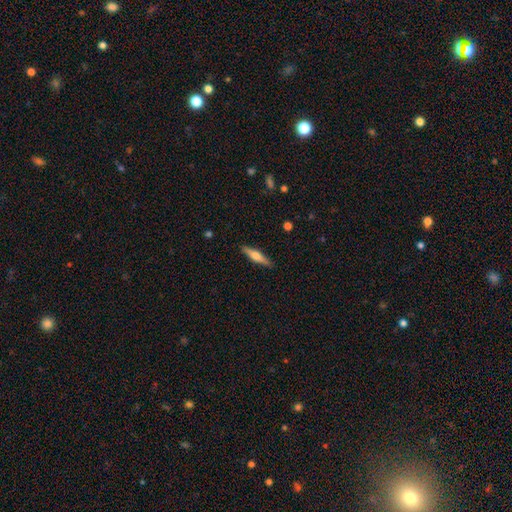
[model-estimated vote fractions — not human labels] Q: Smooth or featured?
A: featured or disk (55%); runner-up: smooth (39%)
Q: Edge-on disk?
A: yes (96%); runner-up: no (4%)
Q: Edge-on bulge?
A: rounded (90%); runner-up: boxy (5%)
Q: Merging?
A: none (90%); runner-up: minor disturbance (7%)